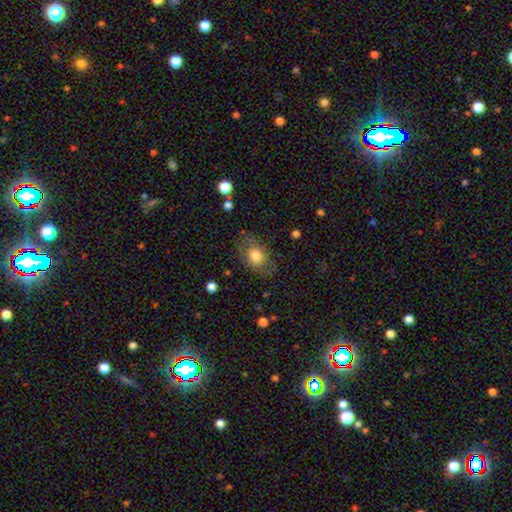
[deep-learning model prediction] smooth-or-featured: smooth: 73% | featured or disk: 18% | star or artifact: 8%
  how-rounded: in between: 62% | round: 37% | cigar-shaped: 1%
  merging: none: 71% | minor disturbance: 18% | major disturbance: 9% | merger: 2%